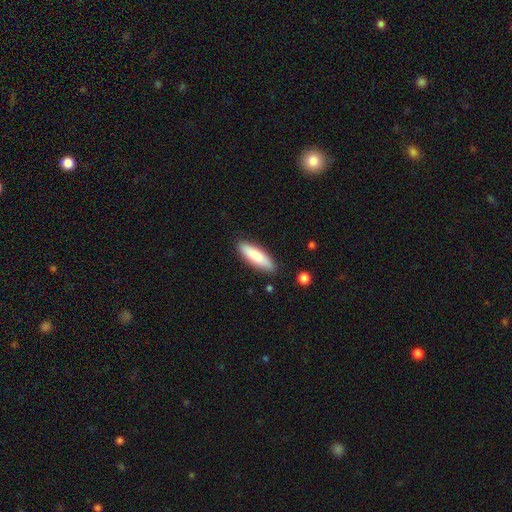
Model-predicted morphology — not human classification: A smooth galaxy with no disk features (85%) that is cigar-shaped (56%).

Vote fractions:
- Smooth or featured? smooth: 85% / featured or disk: 10% / star or artifact: 5%
- How rounded? cigar-shaped: 56% / in between: 43% / round: 1%
- Merging? none: 86% / minor disturbance: 10% / major disturbance: 2% / merger: 2%